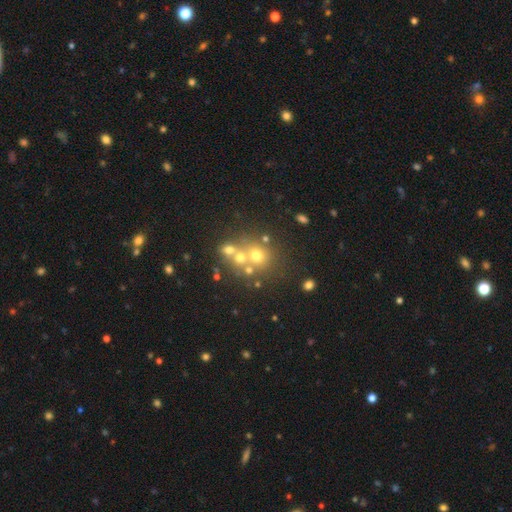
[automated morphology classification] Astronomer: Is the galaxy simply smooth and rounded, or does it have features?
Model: smooth — 50% (runner-up: star or artifact, 26%).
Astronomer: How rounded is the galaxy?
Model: round — 81%.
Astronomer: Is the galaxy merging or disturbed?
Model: none — 49% (runner-up: merger, 37%).